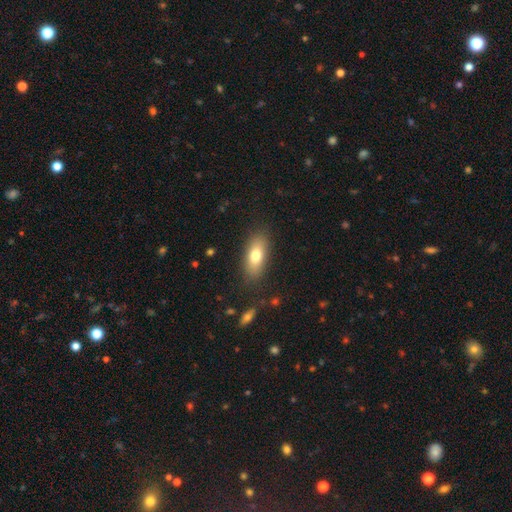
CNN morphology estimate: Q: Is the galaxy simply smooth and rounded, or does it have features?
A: smooth — 76%.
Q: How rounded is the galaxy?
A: in between — 80%.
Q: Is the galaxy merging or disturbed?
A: none — 83%.